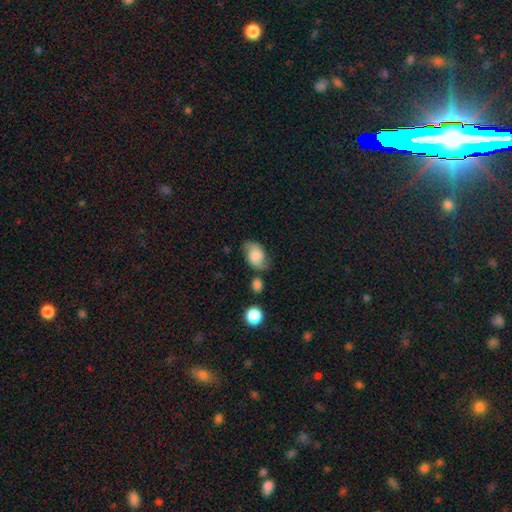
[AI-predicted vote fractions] Smooth or featured? Predicted: smooth (p=0.53). How rounded? Predicted: in between (p=0.83). Merging? Predicted: none (p=0.62).